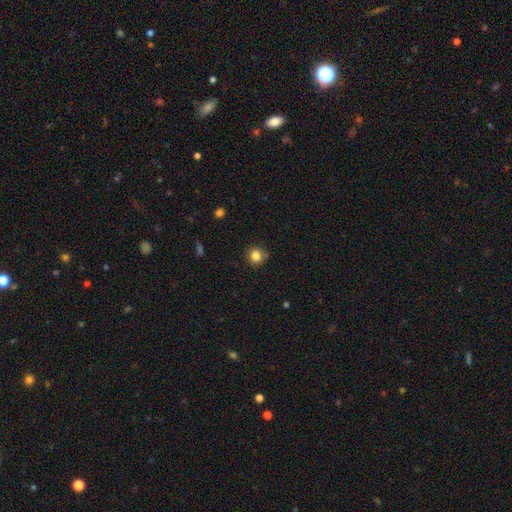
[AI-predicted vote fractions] The model was most divided on "merging": none: 80%, minor disturbance: 14%, major disturbance: 3%, merger: 3%. More confident: how rounded — round (91%); smooth or featured — smooth (82%).